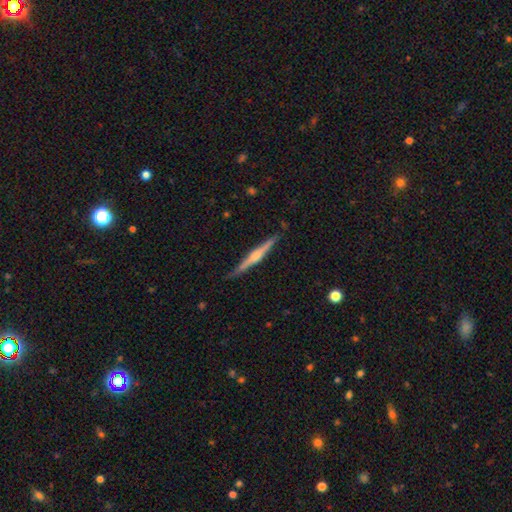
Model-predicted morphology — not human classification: This is likely a featured or disk galaxy (74%). It is clearly viewed edge-on (98%). Edge-on bulge: likely rounded (79%). Merging: clearly none (86%).